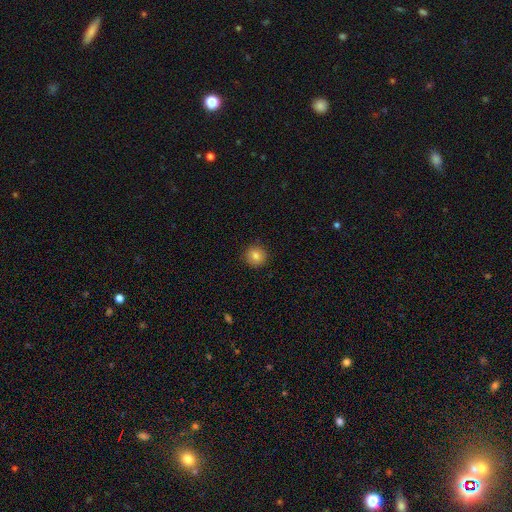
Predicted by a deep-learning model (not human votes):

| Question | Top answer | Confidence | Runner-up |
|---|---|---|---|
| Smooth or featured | smooth | 82% | star or artifact (10%) |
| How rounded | round | 93% | in between (6%) |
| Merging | none | 92% | minor disturbance (6%) |